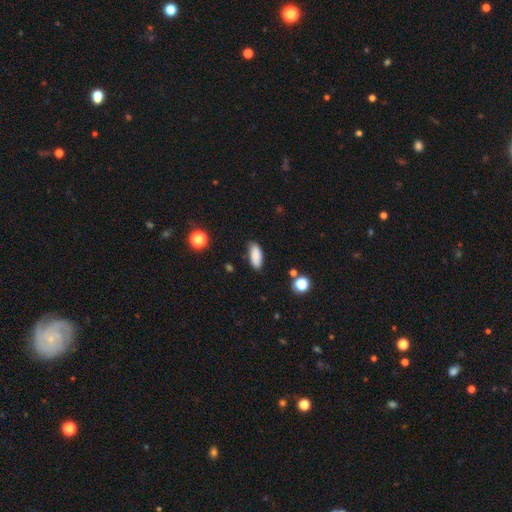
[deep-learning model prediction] This appears to be a smooth galaxy with no disk features (87%) that is in between round and cigar-shaped (83%). Merging: none (79%).